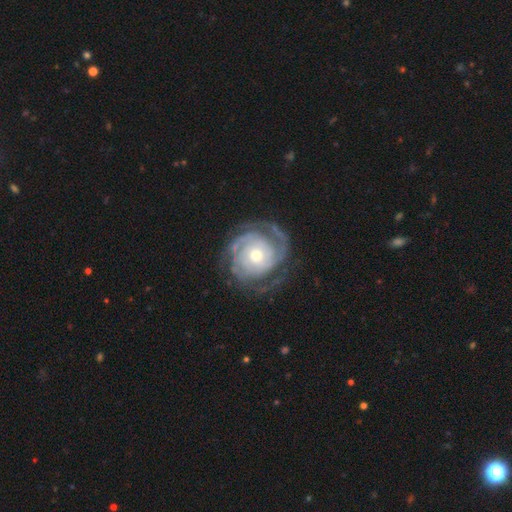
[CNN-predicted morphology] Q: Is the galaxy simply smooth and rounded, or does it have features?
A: featured or disk — 89%.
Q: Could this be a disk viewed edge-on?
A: no — 98%.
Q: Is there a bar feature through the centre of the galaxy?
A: no — 77%.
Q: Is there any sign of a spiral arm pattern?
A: yes — 97%.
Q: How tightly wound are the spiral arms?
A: tight — 73%.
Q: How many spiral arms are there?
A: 2 — 31%.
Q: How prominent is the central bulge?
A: moderate — 63%.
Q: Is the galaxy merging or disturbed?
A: none — 72%.